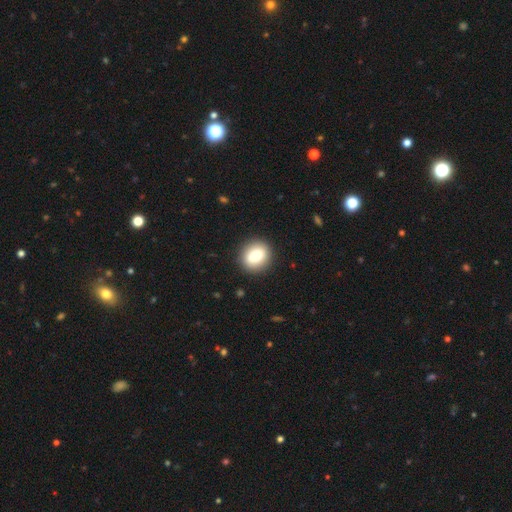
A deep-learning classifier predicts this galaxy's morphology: smooth_or_featured: smooth (p=0.78) [alt: featured or disk p=0.13]
how_rounded: round (p=0.75) [alt: in between p=0.24]
merging: none (p=0.90) [alt: minor disturbance p=0.06]